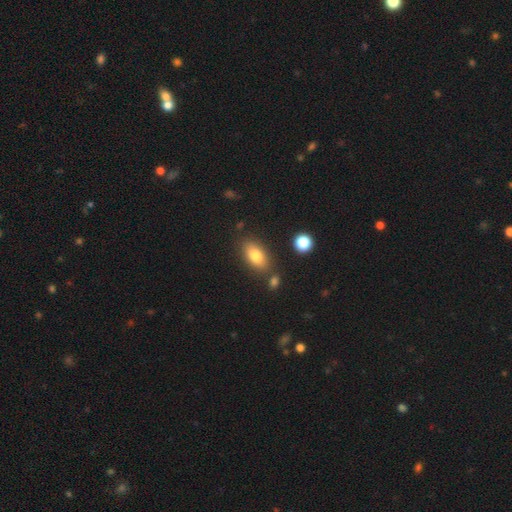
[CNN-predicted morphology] Smooth or featured: smooth — 79% (featured or disk — 13%)
How rounded: in between — 88% (round — 7%)
Merging: none — 77% (minor disturbance — 12%)